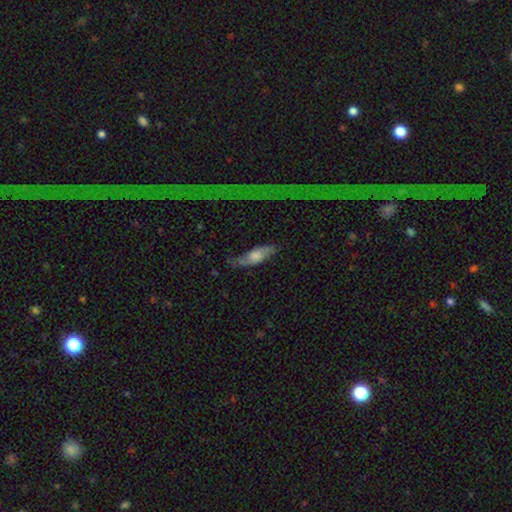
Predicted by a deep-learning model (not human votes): Q: Smooth or featured?
A: smooth (49%); runner-up: featured or disk (44%)
Q: Merging?
A: none (64%); runner-up: minor disturbance (24%)